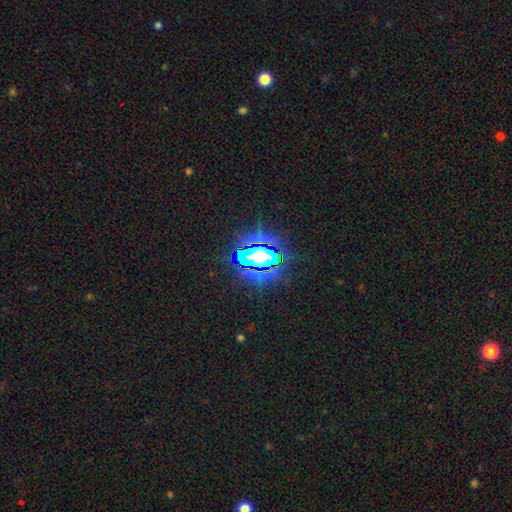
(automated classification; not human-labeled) A star or artifact, not a galaxy (78%).

Vote fractions:
- Smooth or featured? star or artifact: 78% / smooth: 13% / featured or disk: 9%